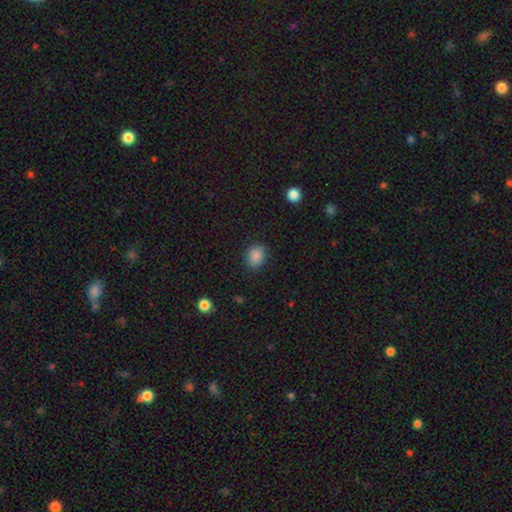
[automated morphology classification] Smooth or featured?
  - smooth: 87% *
  - star or artifact: 9%
  - featured or disk: 4%
How rounded?
  - round: 50% *
  - in between: 49%
  - cigar-shaped: 1%
Merging?
  - none: 86% *
  - minor disturbance: 10%
  - major disturbance: 3%
  - merger: 1%